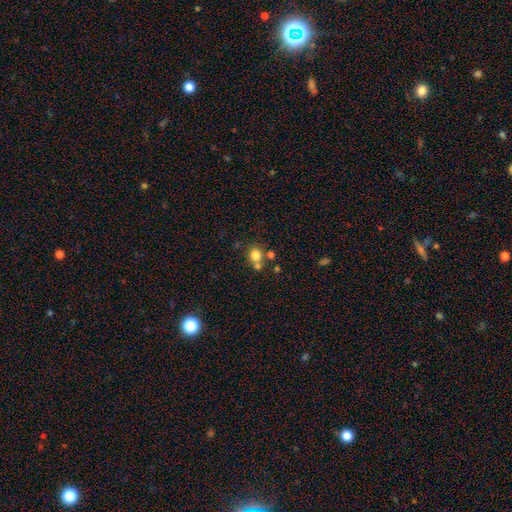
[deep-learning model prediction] Smooth or featured? smooth (78%)
How rounded? round (83%)
Merging? none (55%)